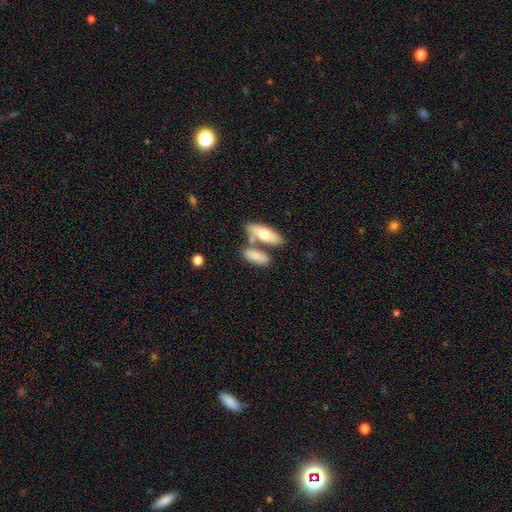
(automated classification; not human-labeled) Smooth or featured? Predicted: smooth (p=0.77). How rounded? Predicted: in between (p=0.73). Merging? Predicted: none (p=0.46).